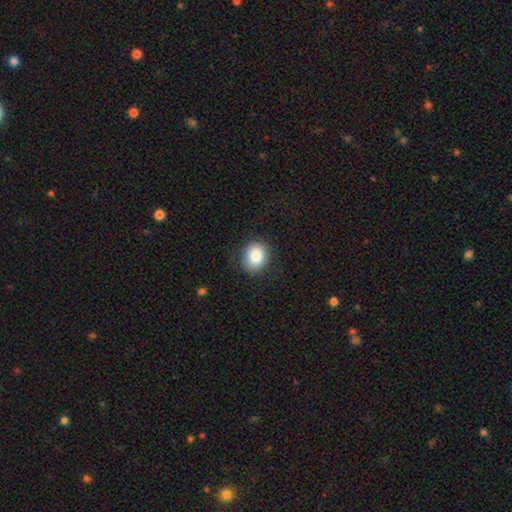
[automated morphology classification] Overall: smooth (86%). How rounded: round (54%; in between 46%). Merging: none (86%).